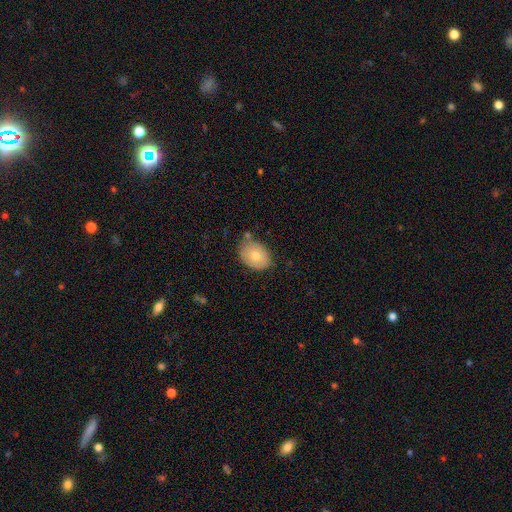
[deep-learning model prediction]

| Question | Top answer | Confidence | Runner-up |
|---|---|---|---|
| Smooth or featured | smooth | 74% | featured or disk (19%) |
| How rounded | in between | 65% | round (34%) |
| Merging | none | 68% | minor disturbance (22%) |